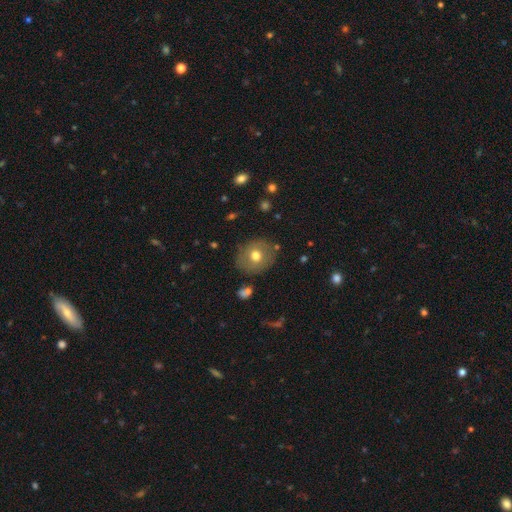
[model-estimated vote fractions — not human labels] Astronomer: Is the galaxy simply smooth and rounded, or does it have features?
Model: smooth — 66%.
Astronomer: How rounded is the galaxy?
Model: round — 78%.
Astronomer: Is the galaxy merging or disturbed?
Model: none — 83%.